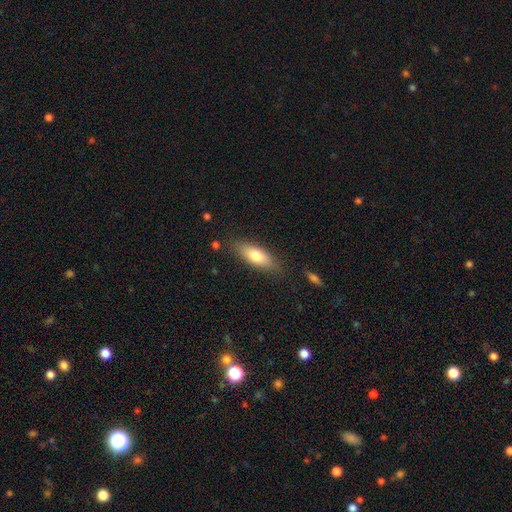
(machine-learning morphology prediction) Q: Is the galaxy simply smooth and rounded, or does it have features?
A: smooth — 74%.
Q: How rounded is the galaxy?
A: in between — 66%.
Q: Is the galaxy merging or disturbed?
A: none — 81%.